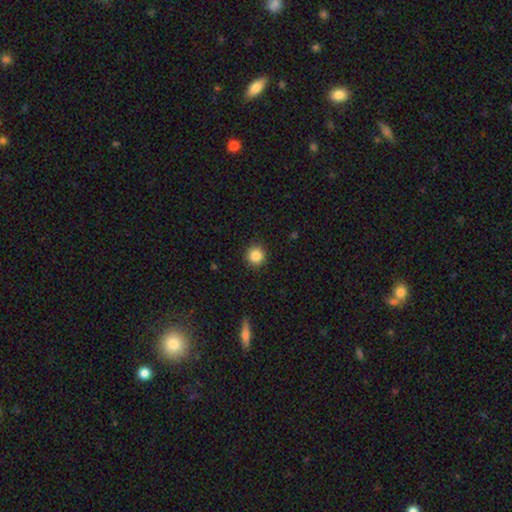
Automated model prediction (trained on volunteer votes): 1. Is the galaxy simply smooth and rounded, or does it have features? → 86% smooth, 10% star or artifact, 4% featured or disk.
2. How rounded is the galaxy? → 94% round, 5% in between, 1% cigar-shaped.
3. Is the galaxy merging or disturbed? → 91% none, 6% minor disturbance, 2% major disturbance, 1% merger.